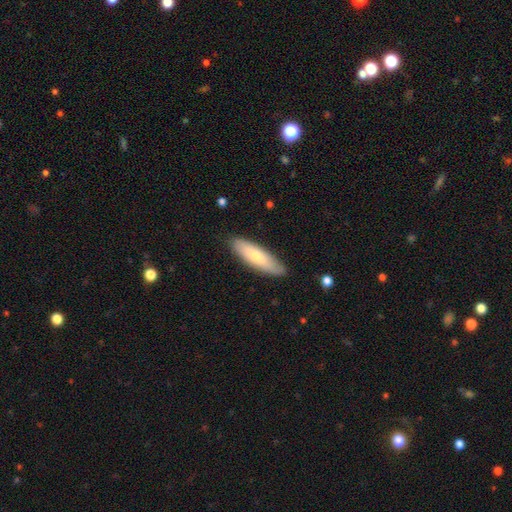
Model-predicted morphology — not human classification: type=smooth (69%); roundness=cigar-shaped (57%); merging=none (85%).